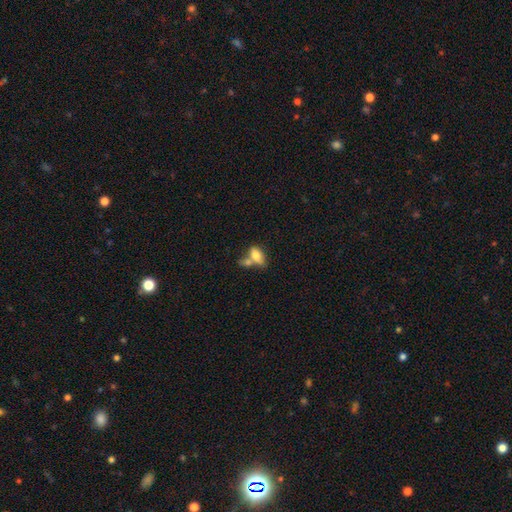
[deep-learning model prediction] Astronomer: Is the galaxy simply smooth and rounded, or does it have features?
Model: smooth — 75%.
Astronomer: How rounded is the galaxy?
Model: in between — 85%.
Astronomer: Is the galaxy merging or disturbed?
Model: merger — 48% (runner-up: none, 32%).